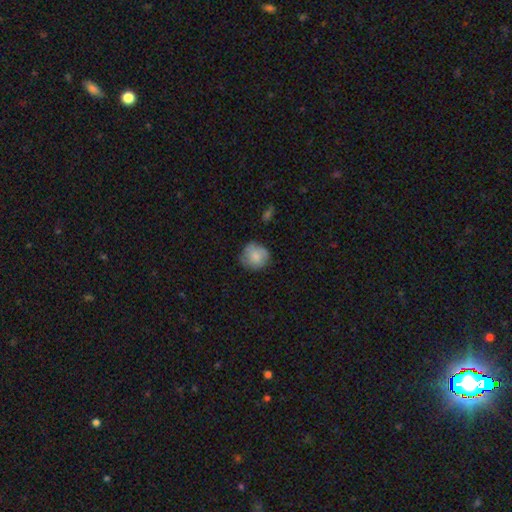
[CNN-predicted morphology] Smooth or featured?
  - smooth: 77% *
  - featured or disk: 16%
  - star or artifact: 7%
How rounded?
  - round: 89% *
  - in between: 10%
  - cigar-shaped: 1%
Merging?
  - none: 72% *
  - minor disturbance: 22%
  - major disturbance: 5%
  - merger: 2%